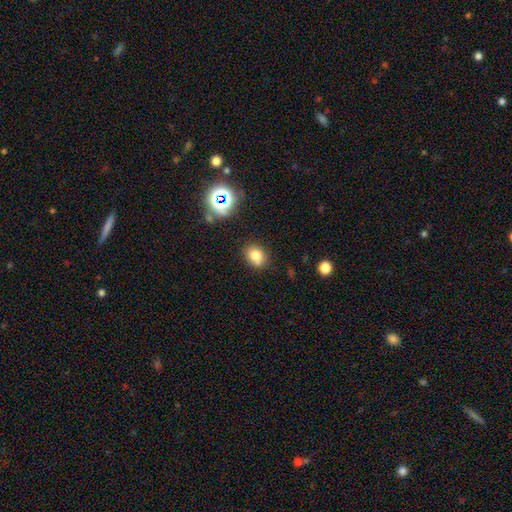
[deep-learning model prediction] A smooth galaxy with no disk features (75%) that is round (50%). Merging: none (72%).